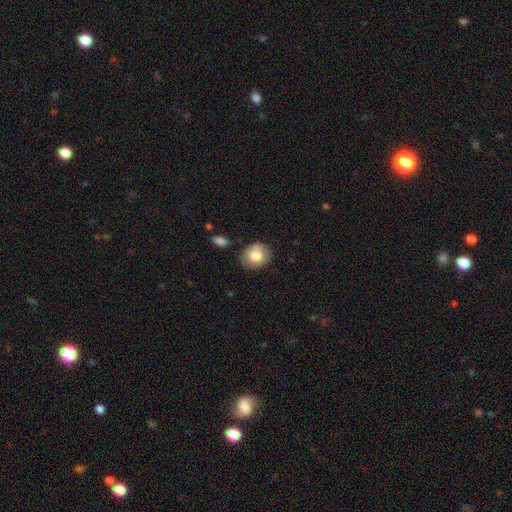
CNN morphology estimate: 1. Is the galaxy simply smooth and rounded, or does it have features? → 77% smooth, 15% featured or disk, 8% star or artifact.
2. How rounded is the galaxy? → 60% round, 39% in between, 1% cigar-shaped.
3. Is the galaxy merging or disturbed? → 79% none, 16% minor disturbance, 3% major disturbance, 3% merger.